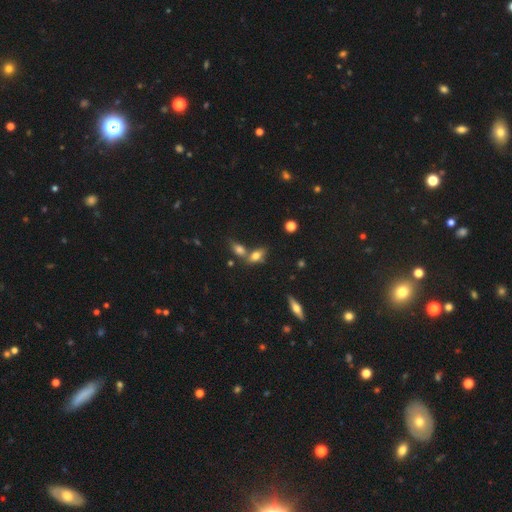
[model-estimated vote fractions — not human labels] Morphology: type=smooth (71%); roundness=in between (81%); merging=merger (41%, tied with none).